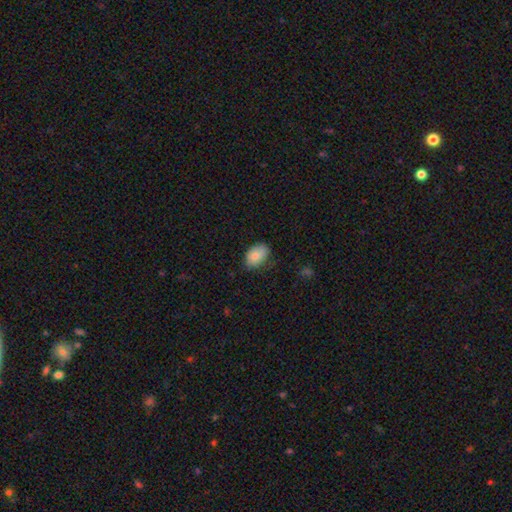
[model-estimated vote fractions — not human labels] smooth 83%, featured or disk 10%, star or artifact 8%. Down the decision tree: how rounded — in between (87%); merging — none (72%).